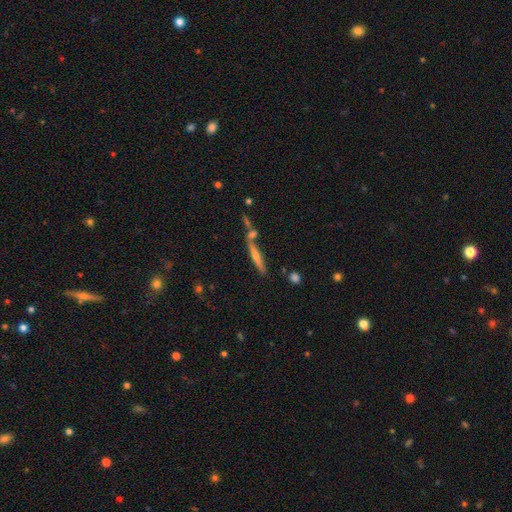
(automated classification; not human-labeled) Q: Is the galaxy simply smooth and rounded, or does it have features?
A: featured or disk — 52%.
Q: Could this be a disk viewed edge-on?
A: yes — 92%.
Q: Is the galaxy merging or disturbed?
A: none — 62%.